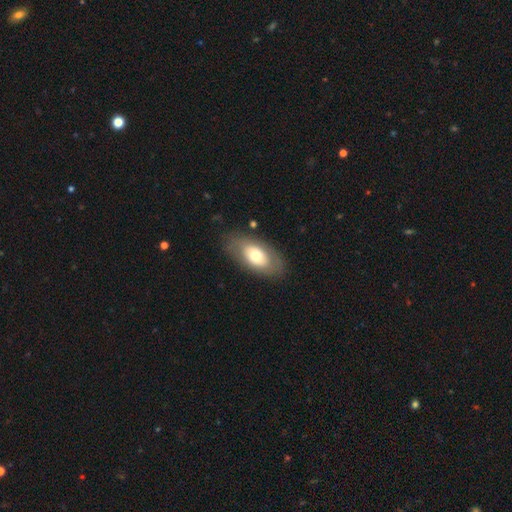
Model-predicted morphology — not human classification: Smooth or featured? smooth (59%)
How rounded? in between (91%)
Merging? none (79%)